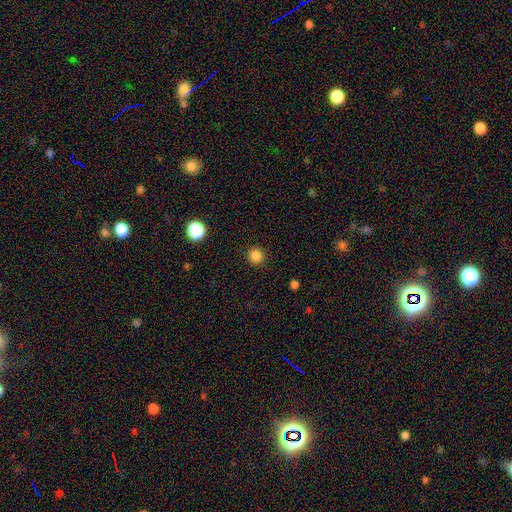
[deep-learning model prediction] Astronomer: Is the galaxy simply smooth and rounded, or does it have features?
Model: smooth — 84%.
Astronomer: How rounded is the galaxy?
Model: round — 94%.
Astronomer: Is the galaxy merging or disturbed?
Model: none — 92%.